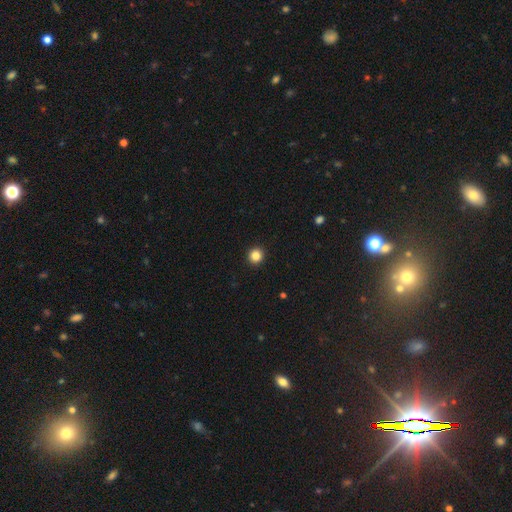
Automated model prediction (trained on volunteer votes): A smooth galaxy with no disk features (84%) that is round (94%).

Vote fractions:
- Smooth or featured? smooth: 84% / star or artifact: 11% / featured or disk: 4%
- How rounded? round: 94% / in between: 5% / cigar-shaped: 1%
- Merging? none: 94% / minor disturbance: 4% / major disturbance: 1% / merger: 1%